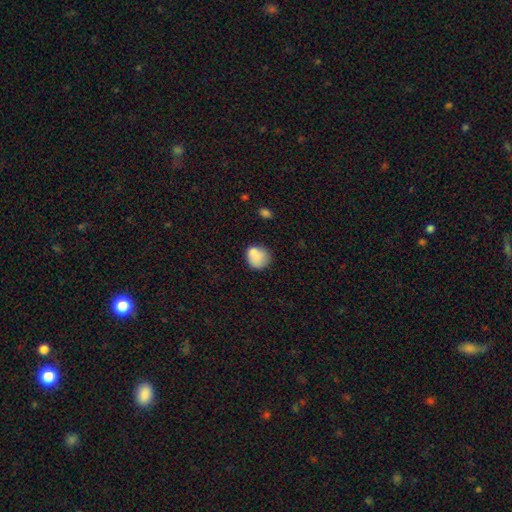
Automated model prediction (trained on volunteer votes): Smooth or featured: smooth — 82% (featured or disk — 10%)
How rounded: round — 79% (in between — 20%)
Merging: none — 62% (minor disturbance — 21%)